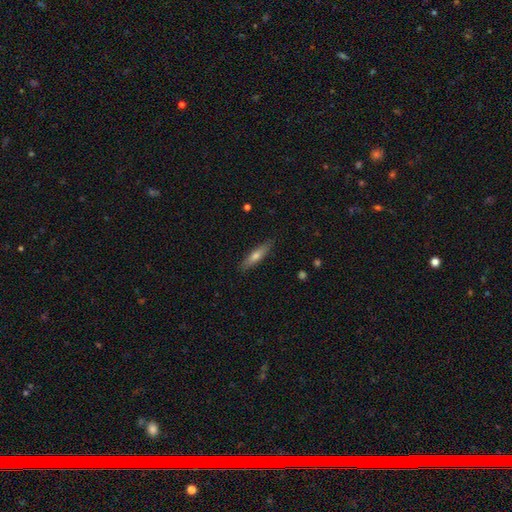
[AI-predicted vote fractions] Smooth or featured: smooth — 57% (featured or disk — 36%)
How rounded: cigar-shaped — 81% (in between — 17%)
Merging: none — 88% (minor disturbance — 9%)